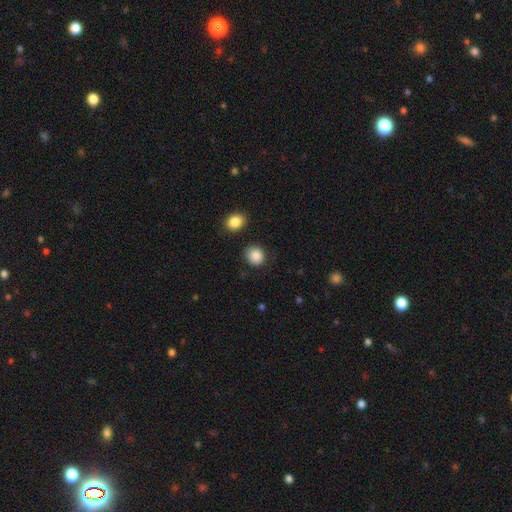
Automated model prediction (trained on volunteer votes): smooth 87%, star or artifact 9%, featured or disk 4%. Down the decision tree: how rounded — round (82%); merging — none (84%).